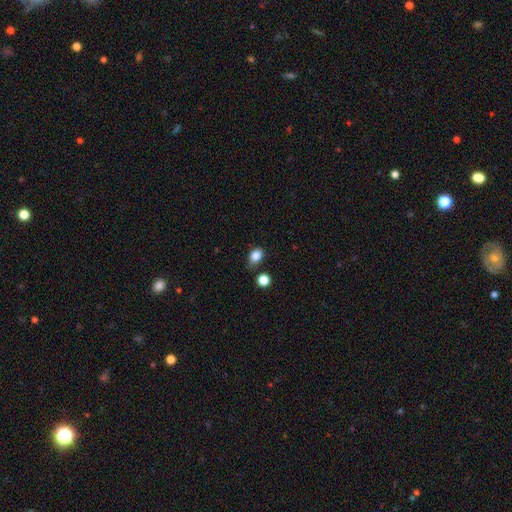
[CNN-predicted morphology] Smooth or featured? smooth (84%)
How rounded? in between (63%)
Merging? none (69%)